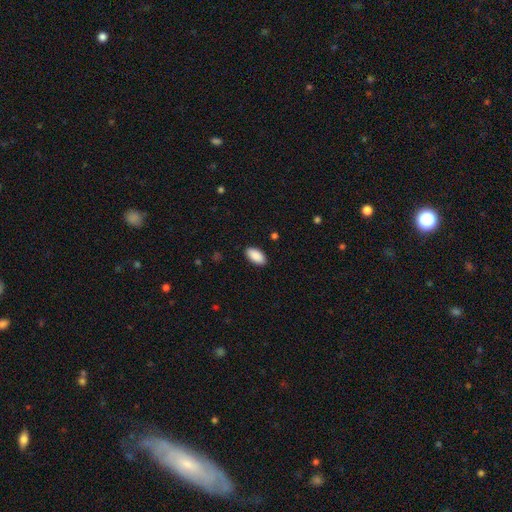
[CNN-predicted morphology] Smooth or featured: smooth — 91% (star or artifact — 6%)
How rounded: in between — 95% (cigar-shaped — 3%)
Merging: none — 89% (minor disturbance — 8%)